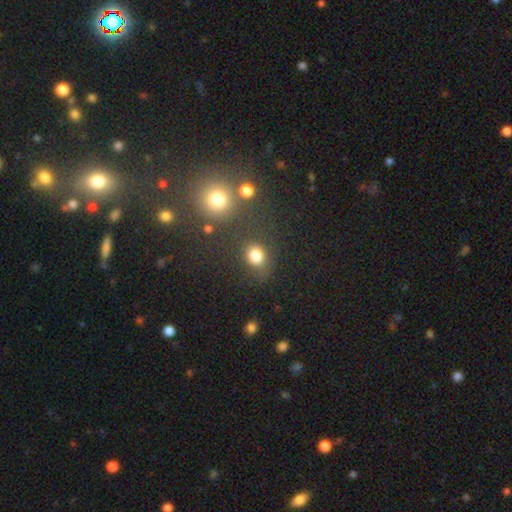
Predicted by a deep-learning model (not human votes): Smooth or featured? Predicted: smooth (p=0.81). How rounded? Predicted: round (p=0.65). Merging? Predicted: none (p=0.72).